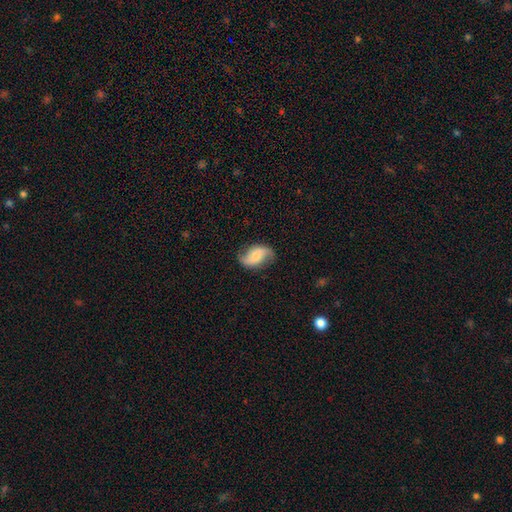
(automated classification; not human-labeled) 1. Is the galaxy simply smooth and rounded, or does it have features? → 63% featured or disk, 30% smooth, 8% star or artifact.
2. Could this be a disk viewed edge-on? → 97% no, 3% yes.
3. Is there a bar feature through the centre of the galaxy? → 47% no, 37% weak, 16% strong.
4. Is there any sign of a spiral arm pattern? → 93% yes, 7% no.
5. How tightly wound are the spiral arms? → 72% loose, 21% medium, 7% tight.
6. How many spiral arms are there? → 91% 2, 3% can't tell, 3% 1, 1% 3, 1% 4, 1% more than 4.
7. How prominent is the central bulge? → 32% moderate (tied), 32% small (tied), 19% none, 13% large, 4% dominant.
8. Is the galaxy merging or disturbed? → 77% none, 16% minor disturbance, 5% major disturbance, 1% merger.